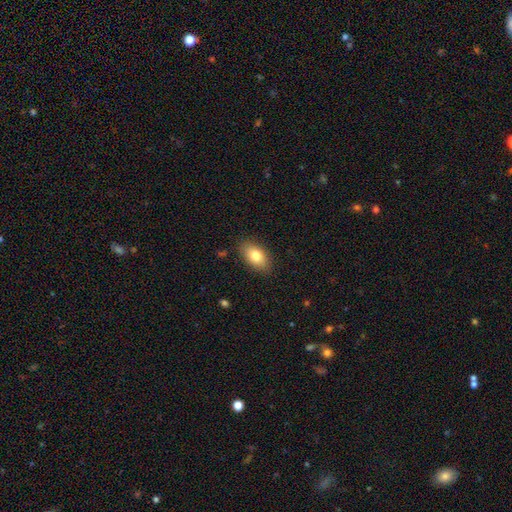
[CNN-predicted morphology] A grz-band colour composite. It shows a smooth galaxy with no disk features (80%) that is in between round and cigar-shaped (90%). Merging: none (86%).